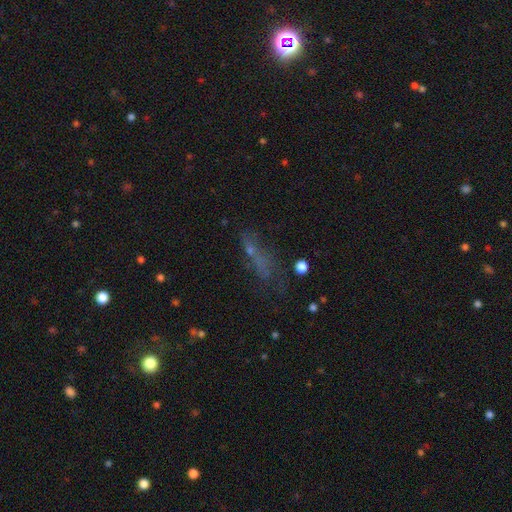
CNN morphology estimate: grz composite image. It shows a smooth galaxy with no disk features (43%). Merging: none (49%).